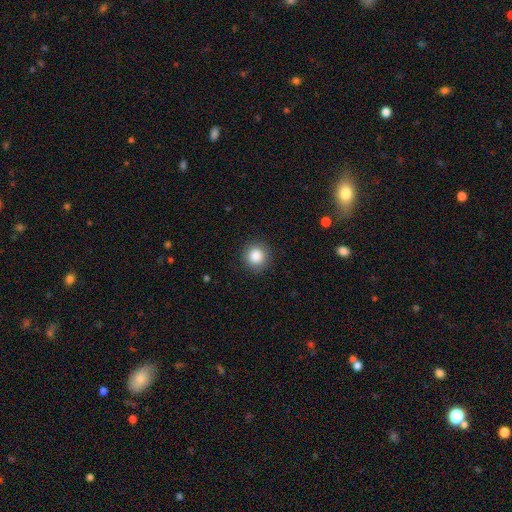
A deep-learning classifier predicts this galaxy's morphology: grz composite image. It shows a smooth galaxy with no disk features (86%) that is round (93%). Merging: none (90%).